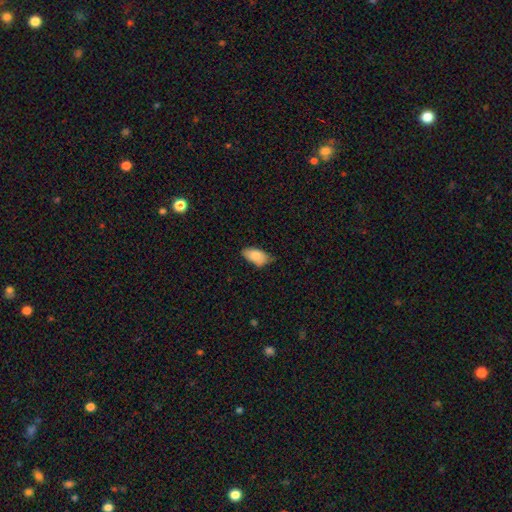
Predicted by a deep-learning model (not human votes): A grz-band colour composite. It shows a smooth galaxy with no disk features (79%) that is in between round and cigar-shaped (94%). Merging: none (63%).